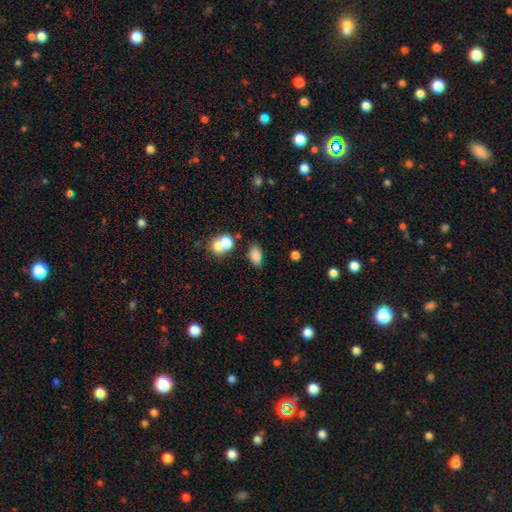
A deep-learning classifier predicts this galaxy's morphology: Smooth or featured?
  - smooth: 81% *
  - star or artifact: 12%
  - featured or disk: 7%
How rounded?
  - in between: 87% *
  - round: 10%
  - cigar-shaped: 3%
Merging?
  - none: 64% *
  - minor disturbance: 19%
  - merger: 12%
  - major disturbance: 5%